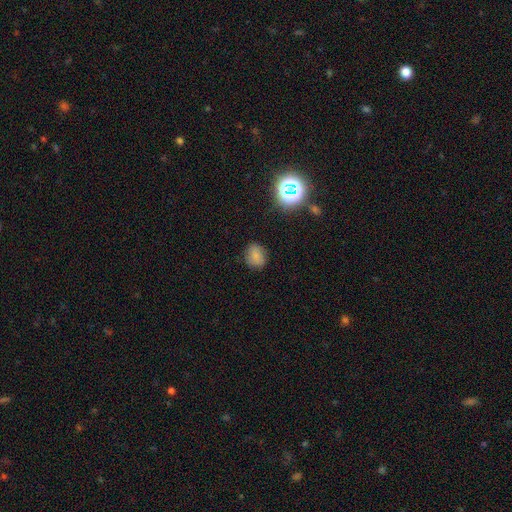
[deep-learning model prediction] Smooth or featured: smooth — 75% (star or artifact — 16%)
How rounded: round — 64% (in between — 35%)
Merging: none — 81% (minor disturbance — 14%)